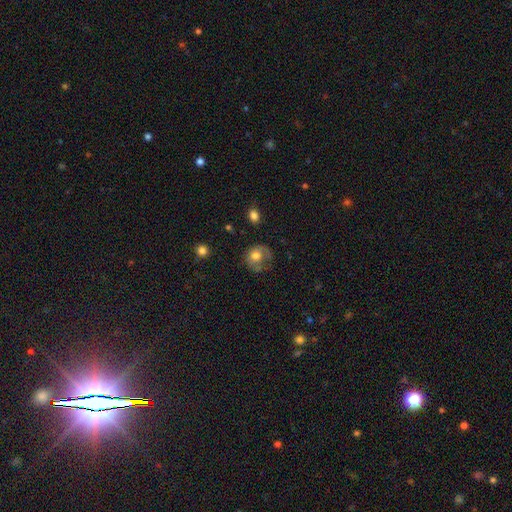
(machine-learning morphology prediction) This appears to be a smooth galaxy with no disk features (64%) that is round (70%). Merging: none (43%).